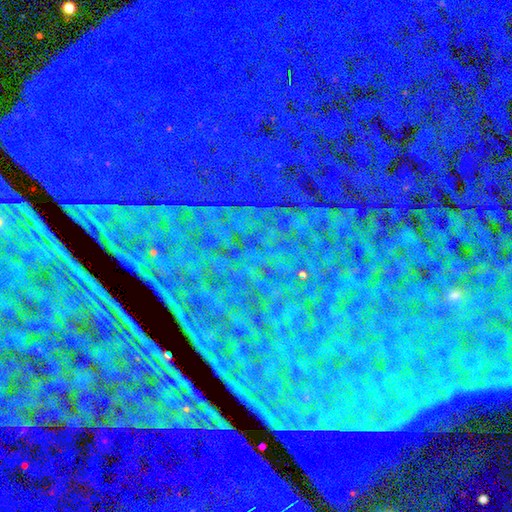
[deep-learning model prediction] A star or artifact, not a galaxy (86%).

Vote fractions:
- Smooth or featured? star or artifact: 86% / smooth: 7% / featured or disk: 7%